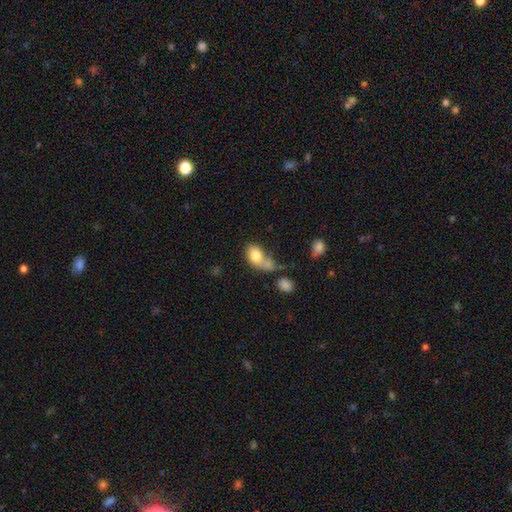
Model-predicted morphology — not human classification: A smooth galaxy with no disk features (78%) that is in between round and cigar-shaped (82%).

Vote fractions:
- Smooth or featured? smooth: 78% / featured or disk: 15% / star or artifact: 8%
- How rounded? in between: 82% / round: 16% / cigar-shaped: 2%
- Merging? merger: 40% / none: 26% / major disturbance: 17% / minor disturbance: 16%